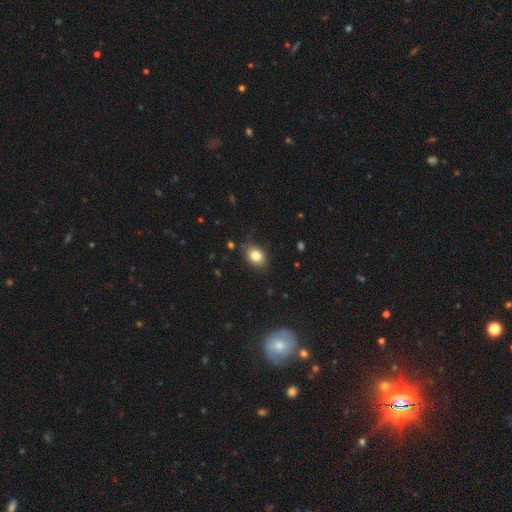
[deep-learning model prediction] This appears to be a smooth galaxy with no disk features (82%) that is in between round and cigar-shaped (75%). Merging: none (81%).